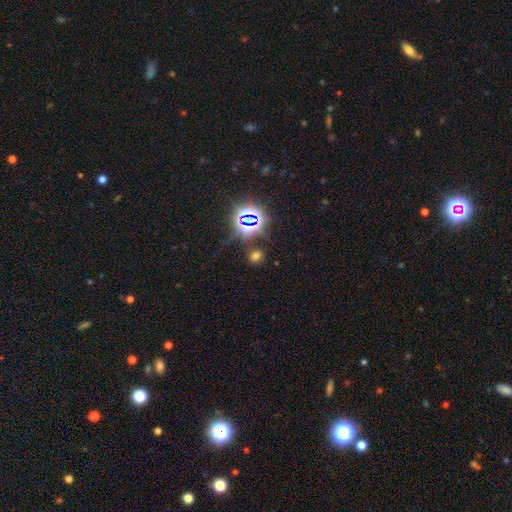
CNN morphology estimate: Smooth or featured?
  - smooth: 51% *
  - star or artifact: 42%
  - featured or disk: 7%
How rounded?
  - in between: 57% *
  - round: 41%
  - cigar-shaped: 2%
Merging?
  - none: 80% *
  - minor disturbance: 11%
  - major disturbance: 5%
  - merger: 4%